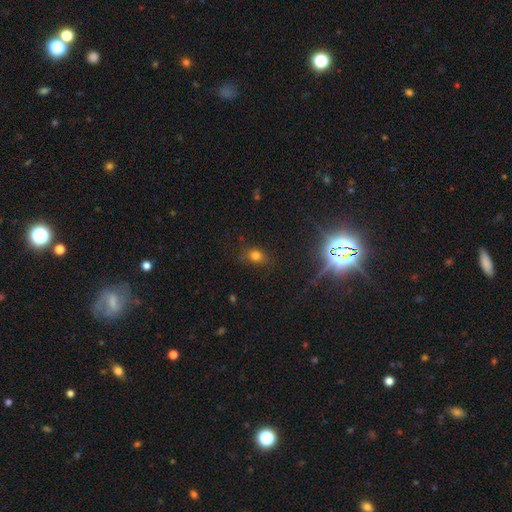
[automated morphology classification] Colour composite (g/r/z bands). It shows a smooth galaxy with no disk features (73%) that is in between round and cigar-shaped (56%). Merging: none (77%).